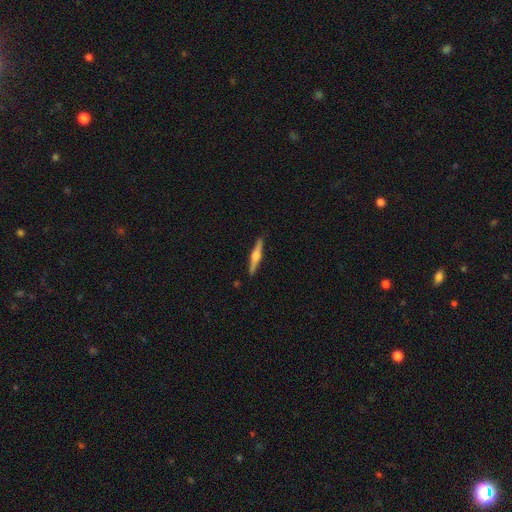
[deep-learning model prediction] A featured or disk galaxy (68%) viewed edge-on (98%) with a rounded central bulge (84%). Merging: none (90%).